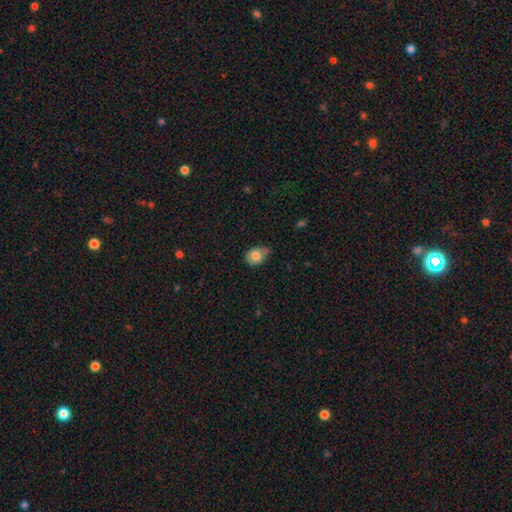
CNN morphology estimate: Smooth or featured? smooth (75%)
How rounded? in between (62%)
Merging? none (44%)